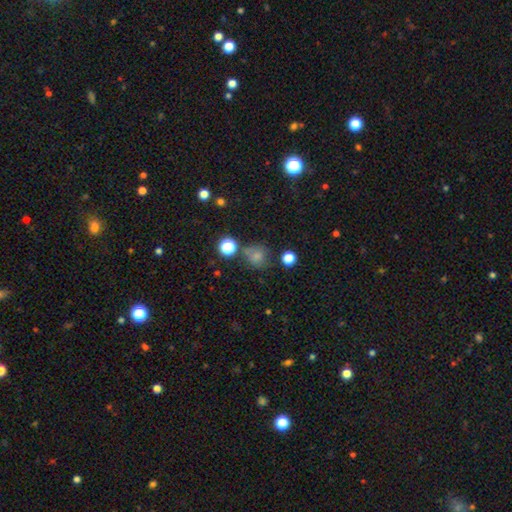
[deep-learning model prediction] Q: Smooth or featured?
A: smooth (71%); runner-up: star or artifact (19%)
Q: How rounded?
A: round (86%); runner-up: in between (13%)
Q: Merging?
A: none (64%); runner-up: minor disturbance (18%)